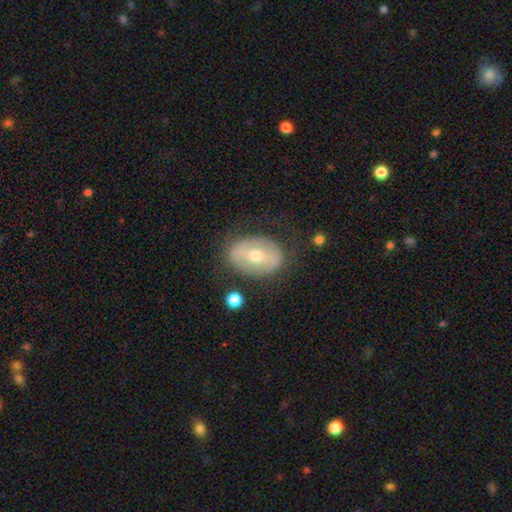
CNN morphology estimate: This appears to be a featured or disk galaxy (56%) with a weak bar (35%), no spiral arms (72%) and a moderate central bulge (56%). Merging: none (74%).